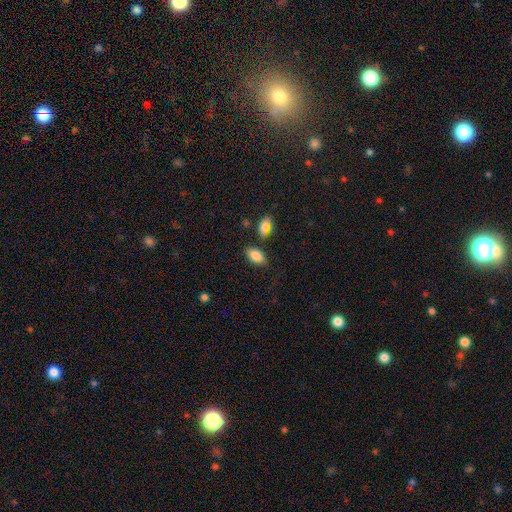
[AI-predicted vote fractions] This is clearly a smooth galaxy (85%). How rounded: clearly in between (91%). Merging: likely none (76%).